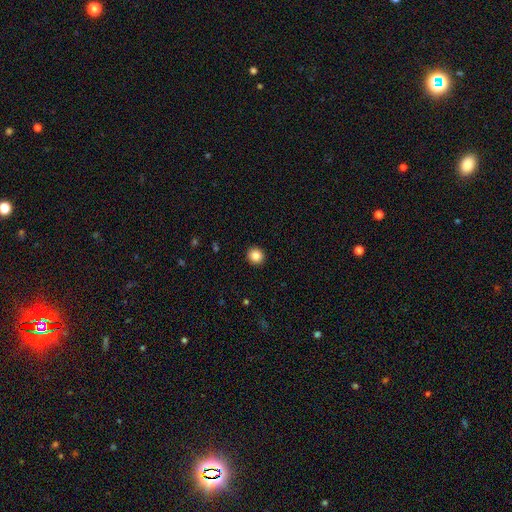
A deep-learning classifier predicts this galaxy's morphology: This appears to be a smooth galaxy with no disk features (86%) that is round (91%). Merging: none (93%).